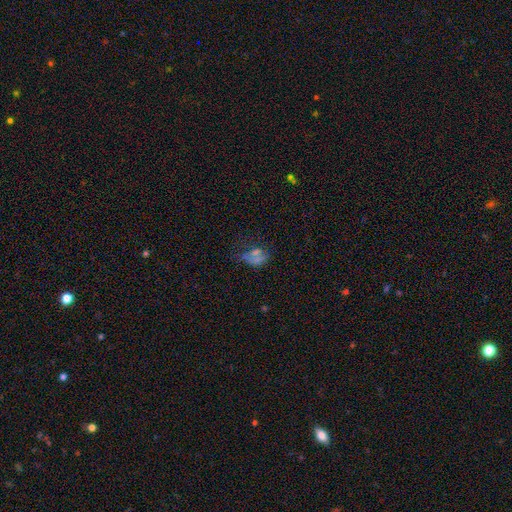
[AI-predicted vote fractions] The model was most divided on "merging": none: 34%, major disturbance: 26%, minor disturbance: 22%, merger: 18%. Remaining: smooth or featured — smooth (48%).